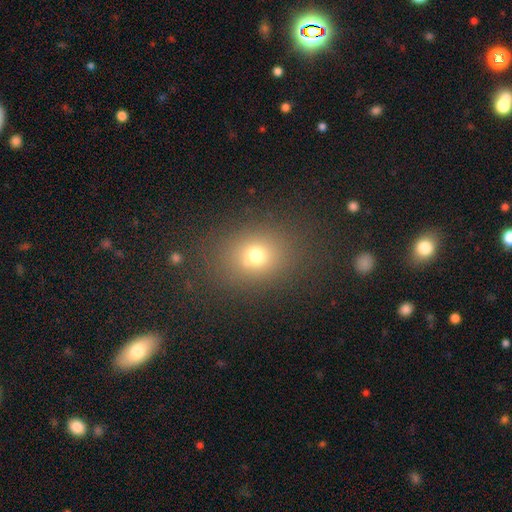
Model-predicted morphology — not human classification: The model was most divided on "how rounded": round: 55%, in between: 43%, cigar-shaped: 1%. More confident: merging — none (77%); smooth or featured — smooth (69%).